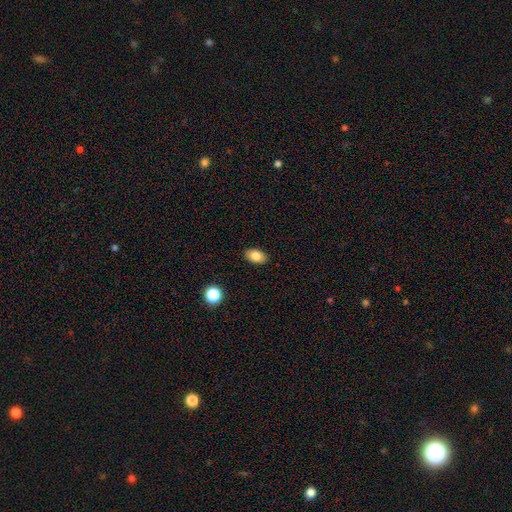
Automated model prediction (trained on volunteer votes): smooth 81%, featured or disk 10%, star or artifact 9%. Down the decision tree: how rounded — in between (89%); merging — none (88%).